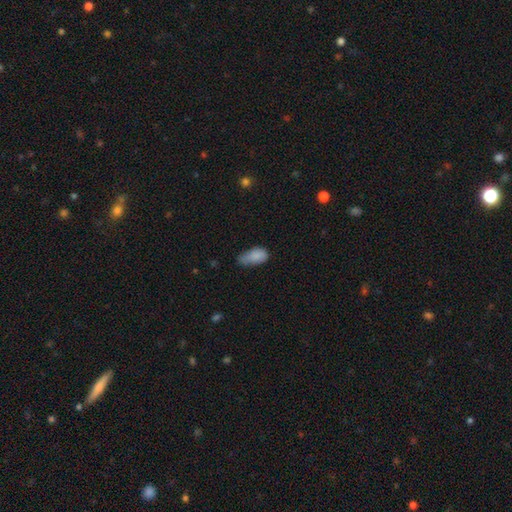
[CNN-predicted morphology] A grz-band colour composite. It shows a smooth galaxy with no disk features (83%) that is in between round and cigar-shaped (90%). Merging: minor disturbance (48%).